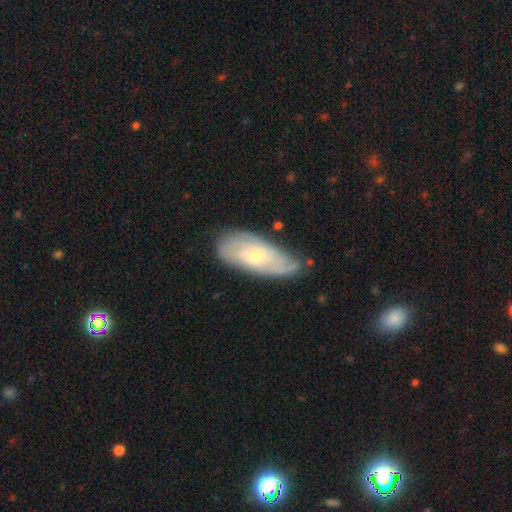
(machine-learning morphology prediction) Q: Smooth or featured?
A: featured or disk (61%); runner-up: smooth (33%)
Q: Edge-on disk?
A: no (87%); runner-up: yes (13%)
Q: Bar?
A: no (60%); runner-up: weak (34%)
Q: Spiral arms?
A: yes (79%); runner-up: no (21%)
Q: Bulge size?
A: small (53%); runner-up: moderate (42%)
Q: Merging?
A: none (63%); runner-up: minor disturbance (27%)